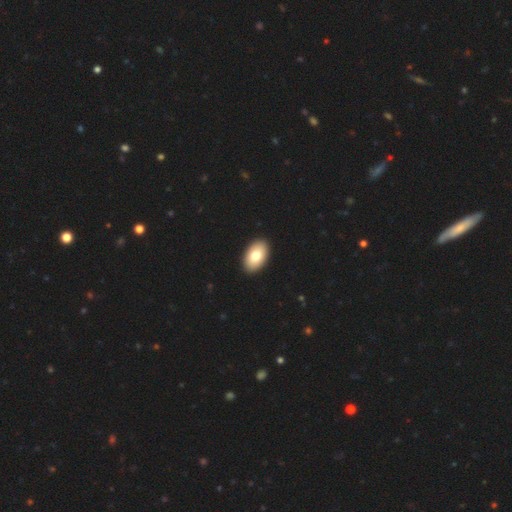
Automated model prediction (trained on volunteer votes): Smooth or featured? Predicted: smooth (p=0.80). How rounded? Predicted: in between (p=0.94). Merging? Predicted: none (p=0.92).